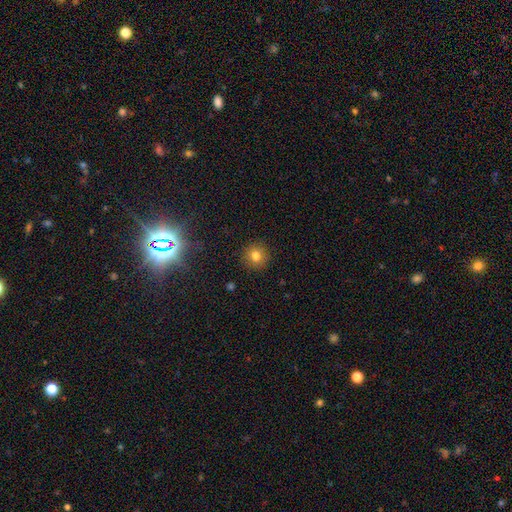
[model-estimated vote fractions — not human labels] A smooth galaxy with no disk features (79%) that is round (93%). Merging: none (91%).